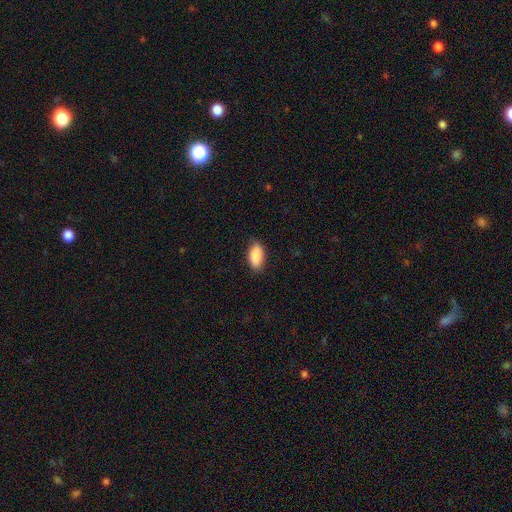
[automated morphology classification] type=smooth (90%); roundness=in between (93%); merging=none (85%).